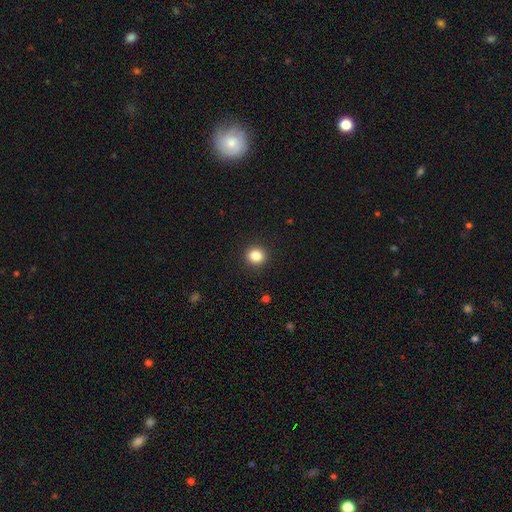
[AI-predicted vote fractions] Q: Smooth or featured?
A: smooth (85%); runner-up: star or artifact (11%)
Q: How rounded?
A: round (81%); runner-up: in between (18%)
Q: Merging?
A: none (92%); runner-up: minor disturbance (6%)